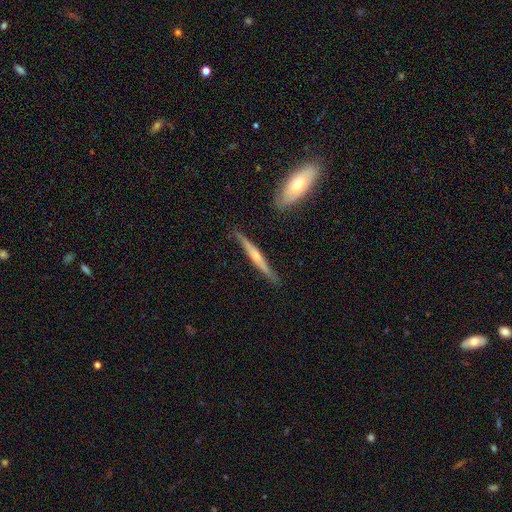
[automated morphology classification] Q: Smooth or featured?
A: featured or disk (63%); runner-up: smooth (32%)
Q: Edge-on disk?
A: yes (96%); runner-up: no (4%)
Q: Edge-on bulge?
A: rounded (66%); runner-up: none (25%)
Q: Merging?
A: none (85%); runner-up: minor disturbance (11%)